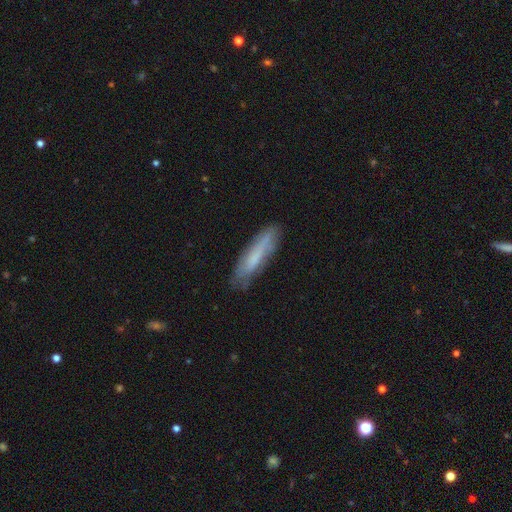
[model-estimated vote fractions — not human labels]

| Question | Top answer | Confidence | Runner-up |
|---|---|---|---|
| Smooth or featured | smooth | 62% | featured or disk (31%) |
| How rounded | cigar-shaped | 76% | in between (23%) |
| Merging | none | 74% | minor disturbance (20%) |